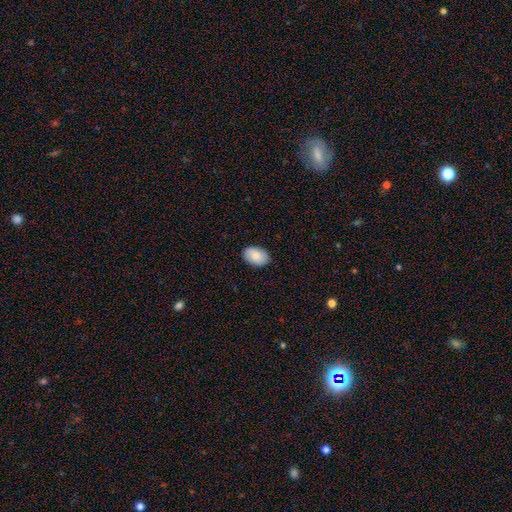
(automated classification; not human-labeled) Smooth or featured: smooth — 86% (featured or disk — 8%)
How rounded: in between — 89% (round — 10%)
Merging: none — 88% (minor disturbance — 9%)